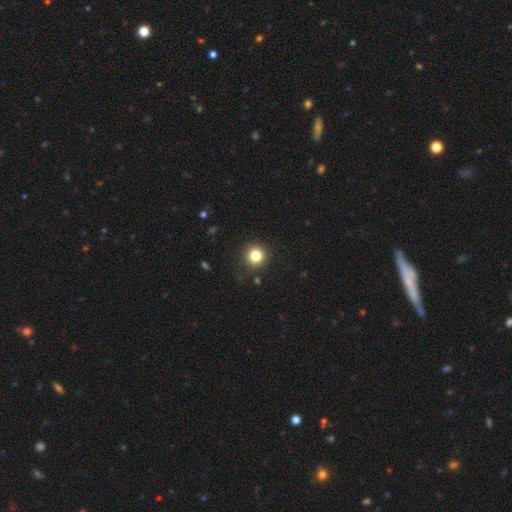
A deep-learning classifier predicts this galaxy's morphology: Q: Smooth or featured?
A: smooth (82%); runner-up: star or artifact (12%)
Q: How rounded?
A: round (92%); runner-up: in between (7%)
Q: Merging?
A: none (85%); runner-up: minor disturbance (10%)